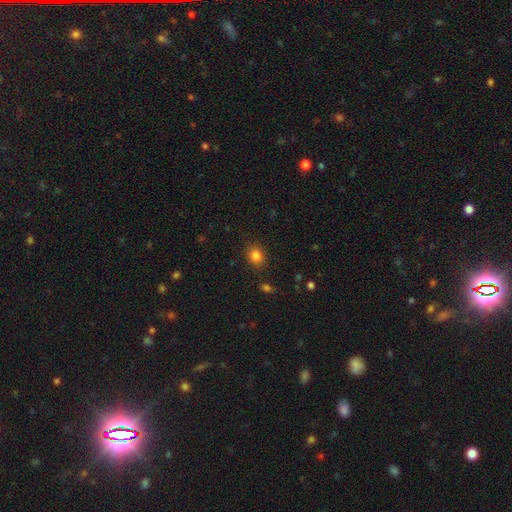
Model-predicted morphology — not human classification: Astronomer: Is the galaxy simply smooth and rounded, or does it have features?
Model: smooth — 83%.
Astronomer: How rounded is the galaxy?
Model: round — 52% (runner-up: in between, 47%).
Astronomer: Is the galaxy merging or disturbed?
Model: none — 86%.